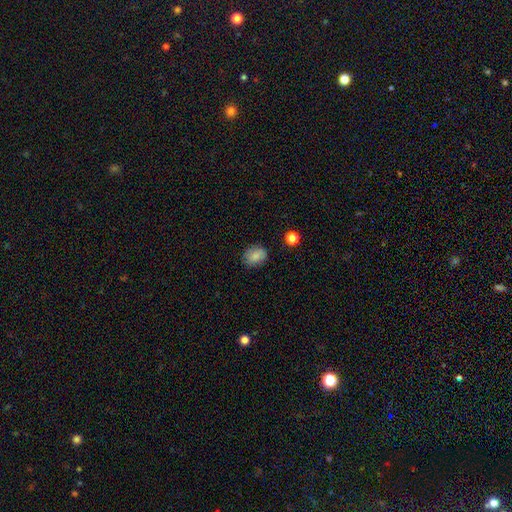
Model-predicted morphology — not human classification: This is clearly a smooth galaxy (84%). How rounded: possibly in between (56%). Merging: likely none (80%).